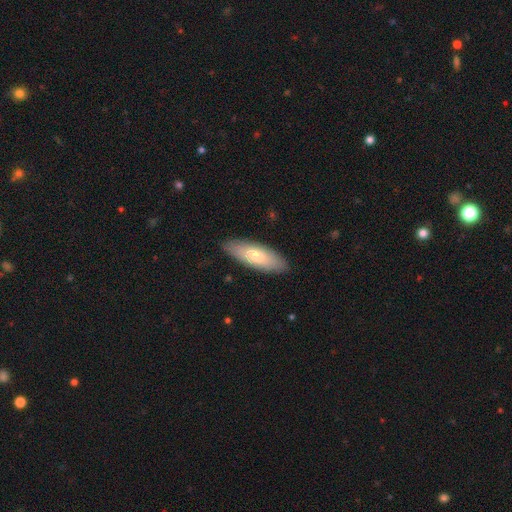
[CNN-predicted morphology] smooth_or_featured: smooth (p=0.74) [alt: featured or disk p=0.21]
how_rounded: in between (p=0.65) [alt: cigar-shaped p=0.33]
merging: none (p=0.86) [alt: minor disturbance p=0.10]